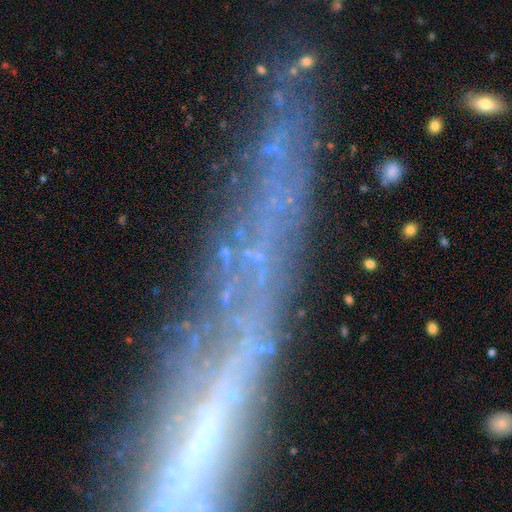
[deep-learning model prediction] A star or artifact, not a galaxy (46%).

Vote fractions:
- Smooth or featured? star or artifact: 46% / featured or disk: 35% / smooth: 19%